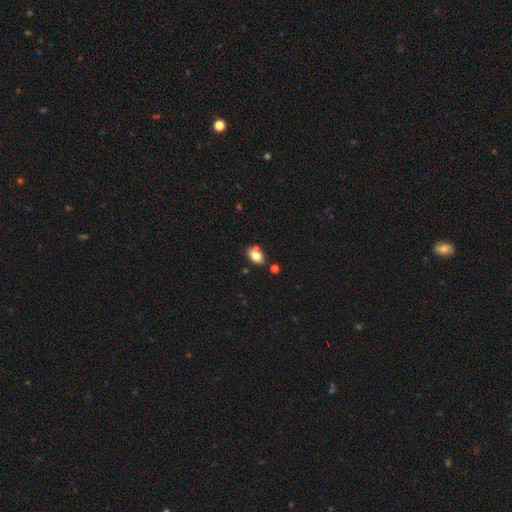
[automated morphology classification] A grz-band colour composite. It shows a smooth galaxy with no disk features (82%) that is in between round and cigar-shaped (86%). Merging: none (73%).